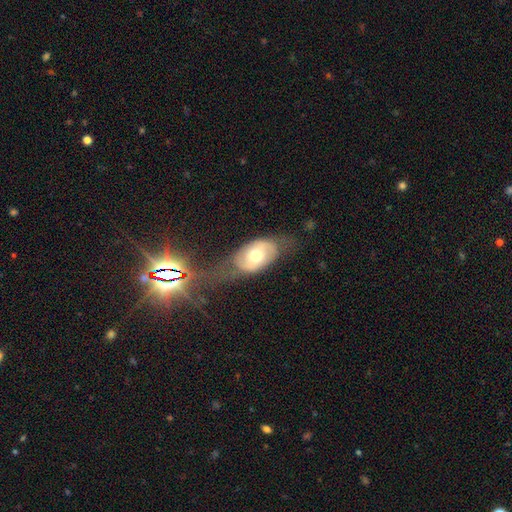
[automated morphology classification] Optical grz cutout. It shows a smooth galaxy with no disk features (49%). Merging: none (52%).